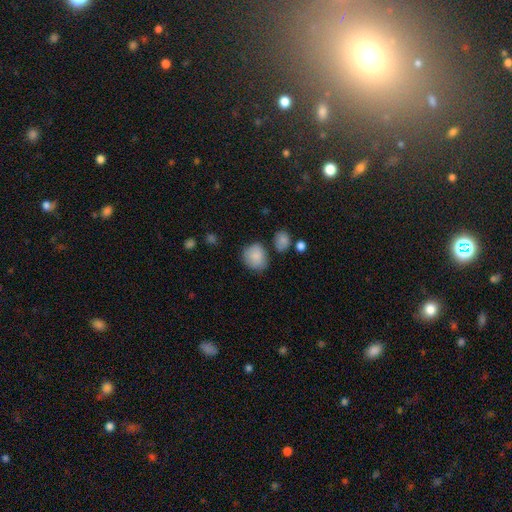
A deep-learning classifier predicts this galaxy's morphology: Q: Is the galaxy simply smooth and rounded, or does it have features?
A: smooth — 86%.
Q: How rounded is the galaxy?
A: round — 68%.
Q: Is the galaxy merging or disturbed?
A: none — 66%.